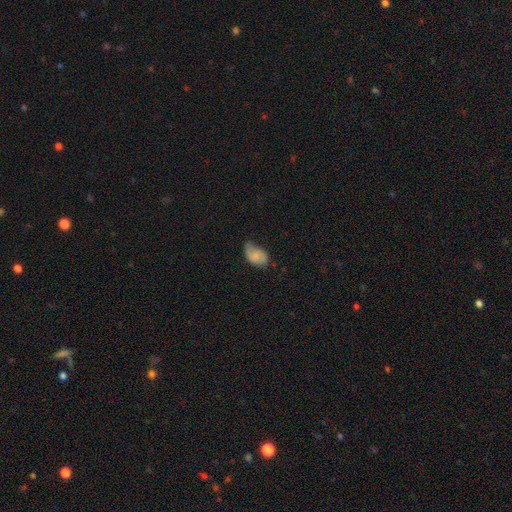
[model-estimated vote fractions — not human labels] The model was most divided on "merging" (2-way tie): minor disturbance: 42%, none: 42%, major disturbance: 13%, merger: 2%. More confident: how rounded — in between (89%); smooth or featured — smooth (69%).